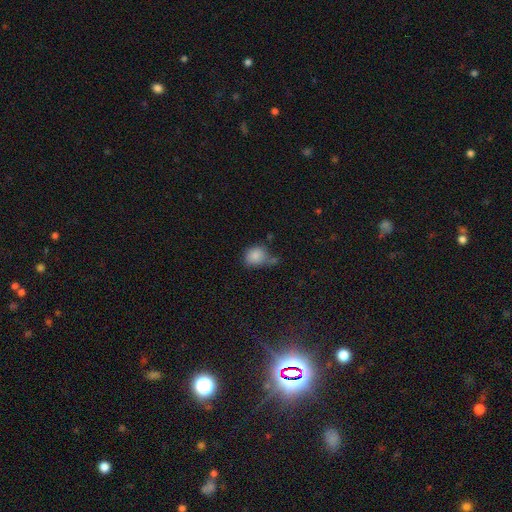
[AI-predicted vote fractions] Smooth or featured: smooth — 84% (star or artifact — 10%)
How rounded: round — 60% (in between — 39%)
Merging: none — 45% (minor disturbance — 26%)